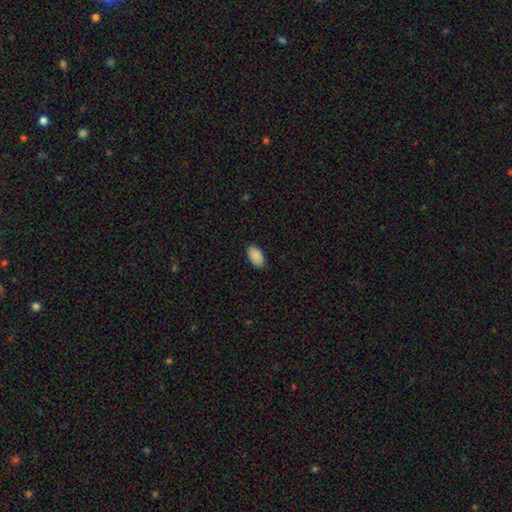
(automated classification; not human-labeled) Smooth or featured: smooth — 90% (star or artifact — 7%)
How rounded: in between — 95% (round — 4%)
Merging: none — 86% (minor disturbance — 11%)